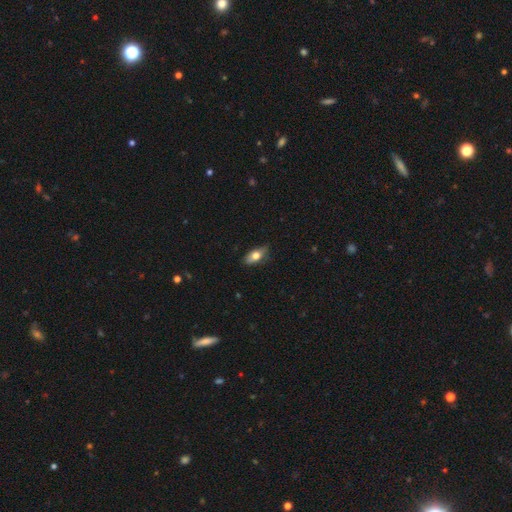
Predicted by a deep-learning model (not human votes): Smooth or featured? smooth (70%)
How rounded? in between (84%)
Merging? none (79%)